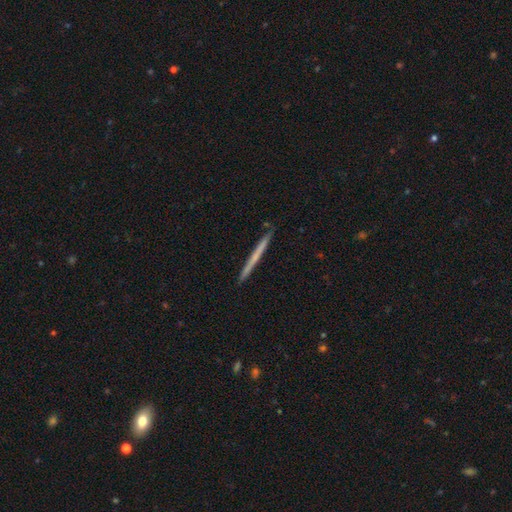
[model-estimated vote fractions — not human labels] Smooth or featured? smooth (49%)
Merging? none (92%)